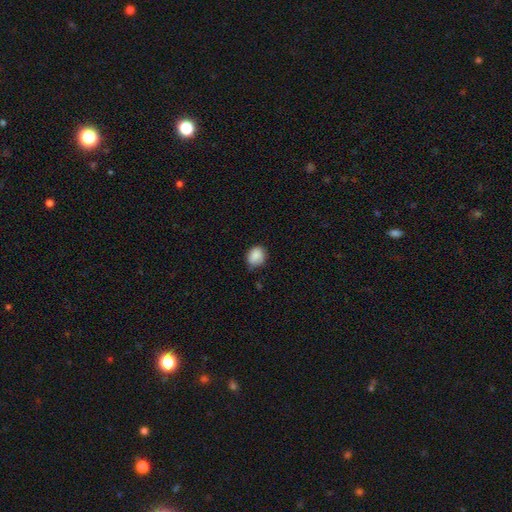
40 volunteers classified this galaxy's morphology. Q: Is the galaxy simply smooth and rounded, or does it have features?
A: smooth — 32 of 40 (80%).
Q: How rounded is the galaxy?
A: round — 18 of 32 (56%).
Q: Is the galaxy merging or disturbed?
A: minor disturbance — 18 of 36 (50%).